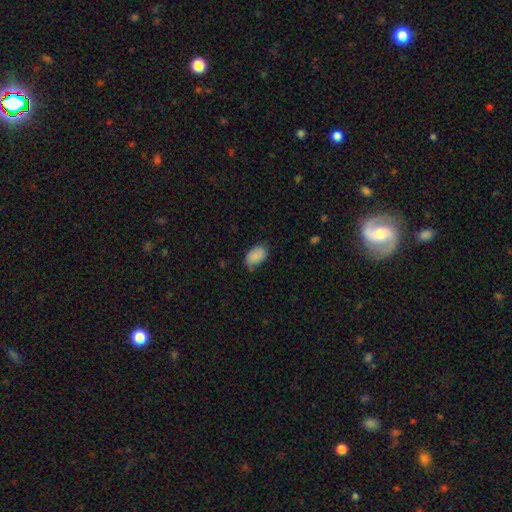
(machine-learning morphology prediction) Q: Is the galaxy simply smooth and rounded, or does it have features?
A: smooth — 87%.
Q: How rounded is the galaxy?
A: in between — 91%.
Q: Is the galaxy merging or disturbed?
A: none — 73%.